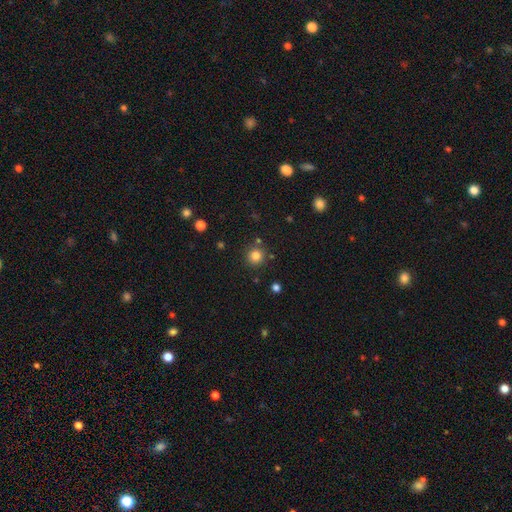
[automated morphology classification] Smooth or featured? Predicted: smooth (p=0.82). How rounded? Predicted: round (p=0.93). Merging? Predicted: none (p=0.85).